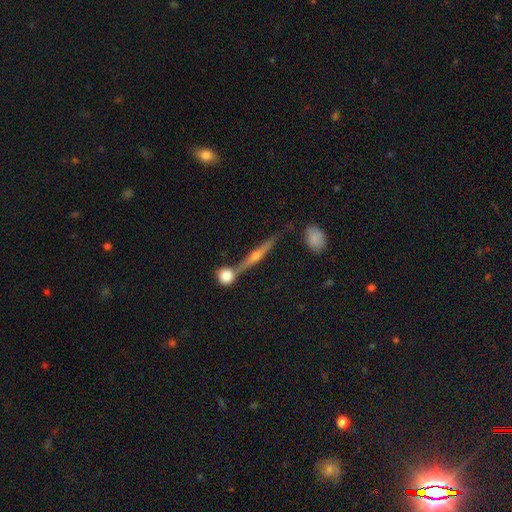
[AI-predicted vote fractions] Smooth or featured? featured or disk (75%)
Edge-on disk? yes (96%)
Edge-on bulge? rounded (88%)
Merging? none (75%)